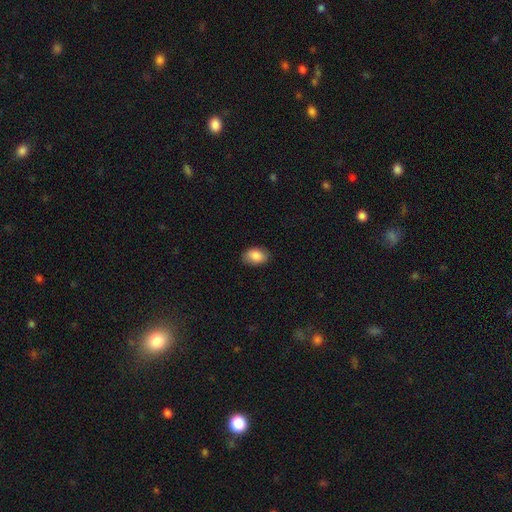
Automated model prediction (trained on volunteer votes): This appears to be a smooth galaxy with no disk features (87%) that is in between round and cigar-shaped (84%). Merging: none (84%).